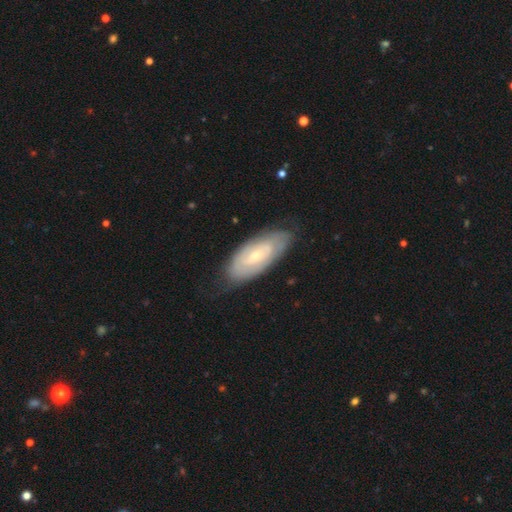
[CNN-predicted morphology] This appears to be a featured or disk galaxy (61%) with no bar (56%), spiral arms (72%) and a small central bulge (65%). Merging: none (74%).